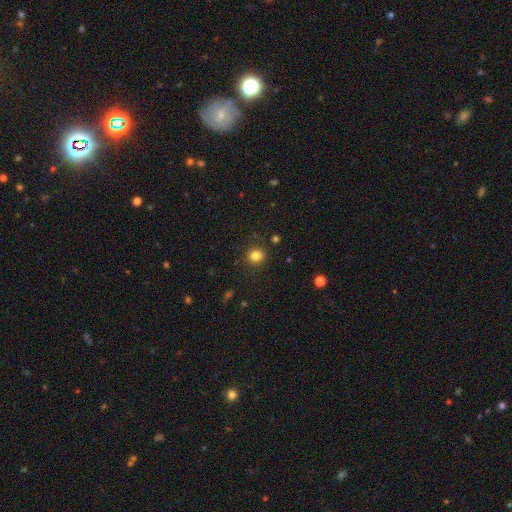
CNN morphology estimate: Smooth or featured?
  - smooth: 83% *
  - star or artifact: 12%
  - featured or disk: 5%
How rounded?
  - round: 81% *
  - in between: 18%
  - cigar-shaped: 1%
Merging?
  - none: 89% *
  - minor disturbance: 7%
  - major disturbance: 2%
  - merger: 1%